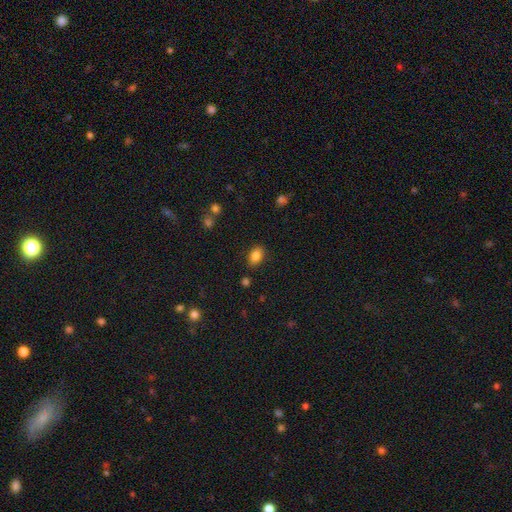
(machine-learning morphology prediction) The model was most divided on "how rounded": in between: 81%, round: 18%, cigar-shaped: 1%. More confident: merging — none (85%); smooth or featured — smooth (83%).